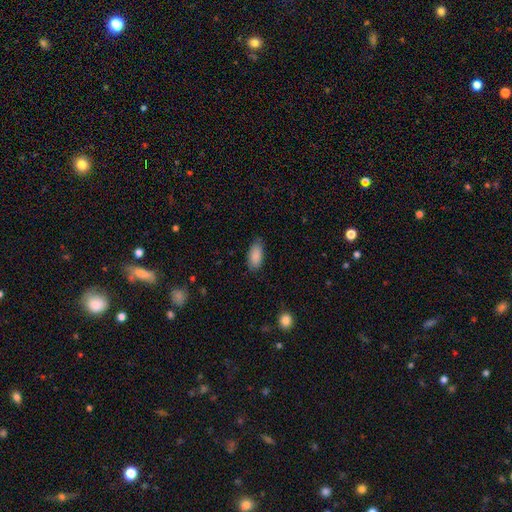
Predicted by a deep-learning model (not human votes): smooth-or-featured: smooth: 89% | star or artifact: 7% | featured or disk: 5%
  how-rounded: in between: 89% | cigar-shaped: 9% | round: 2%
  merging: none: 79% | minor disturbance: 16% | major disturbance: 3% | merger: 1%